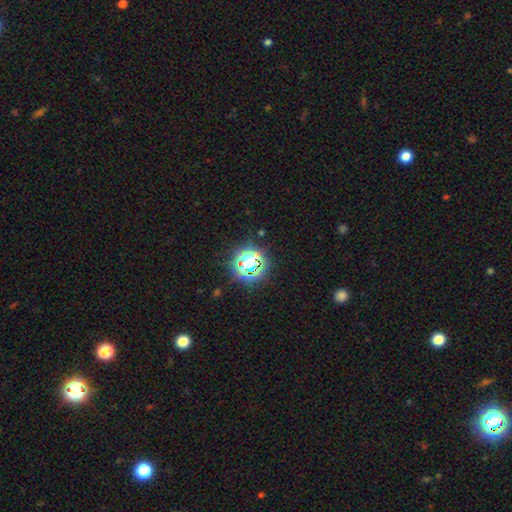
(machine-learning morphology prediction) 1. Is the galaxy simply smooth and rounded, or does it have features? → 73% star or artifact, 19% smooth, 8% featured or disk.